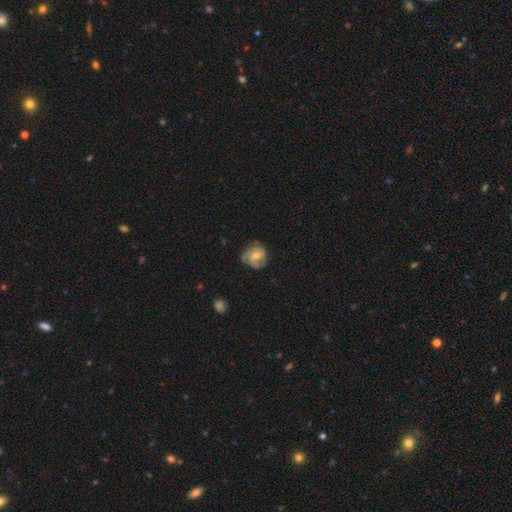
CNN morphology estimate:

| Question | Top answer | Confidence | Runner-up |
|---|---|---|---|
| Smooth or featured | featured or disk | 65% | smooth (29%) |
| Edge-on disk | no | 98% | yes (2%) |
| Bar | no | 63% | weak (30%) |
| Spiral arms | yes | 88% | no (12%) |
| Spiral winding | tight | 49% | medium (38%) |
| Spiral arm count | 2 | 34% | 3 (31%) |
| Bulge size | moderate | 59% | small (35%) |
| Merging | none | 63% | minor disturbance (25%) |